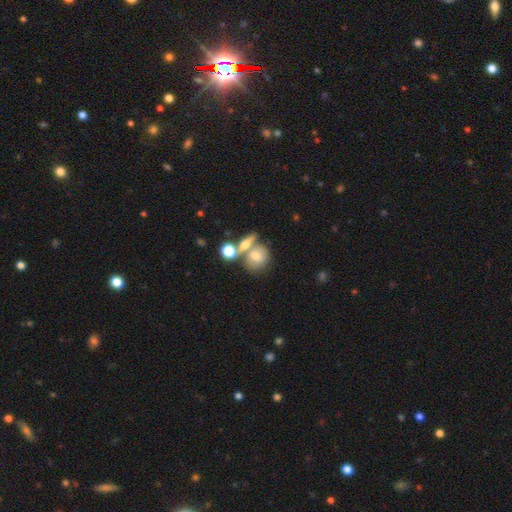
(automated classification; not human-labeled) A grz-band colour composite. It shows a smooth galaxy with no disk features (65%) that is round (58%). Merging: merger (46%).